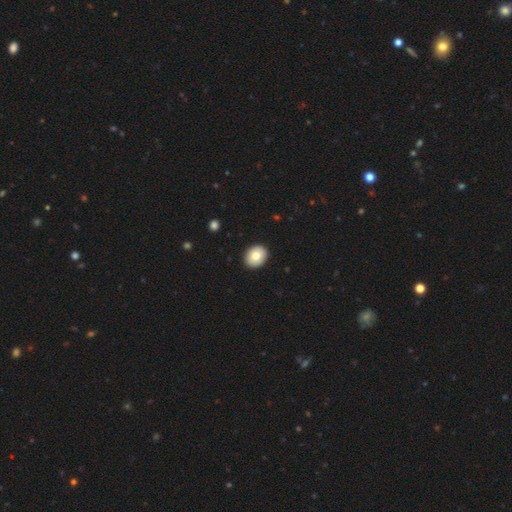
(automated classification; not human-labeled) smooth 80%, featured or disk 13%, star or artifact 7%. Down the decision tree: how rounded — round (55%); merging — none (91%).